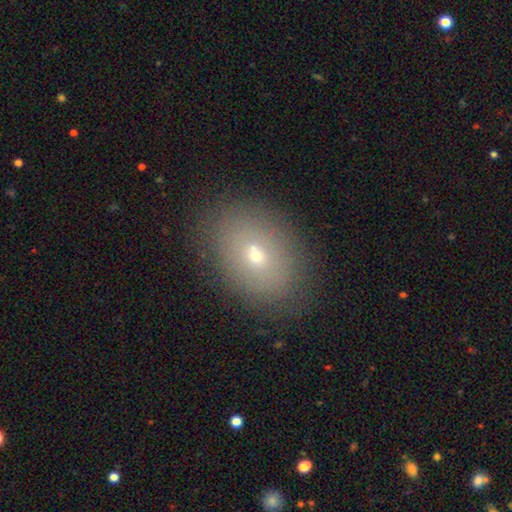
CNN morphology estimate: A smooth galaxy with no disk features (64%) that is in between round and cigar-shaped (72%).

Vote fractions:
- Smooth or featured? smooth: 64% / featured or disk: 22% / star or artifact: 14%
- How rounded? in between: 72% / round: 27% / cigar-shaped: 1%
- Merging? none: 86% / minor disturbance: 10% / major disturbance: 3% / merger: 1%